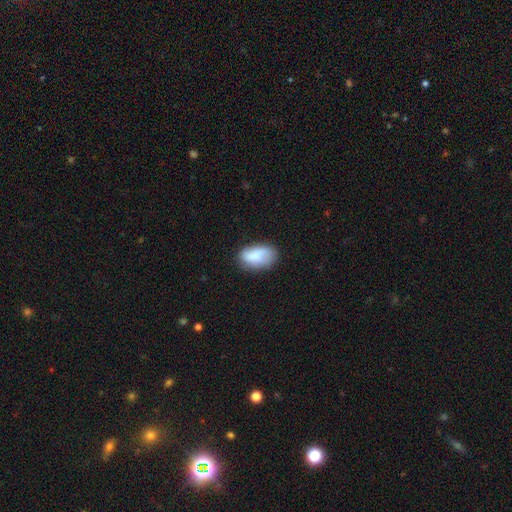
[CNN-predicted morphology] Q: Smooth or featured?
A: smooth (79%); runner-up: featured or disk (14%)
Q: How rounded?
A: in between (92%); runner-up: round (6%)
Q: Merging?
A: none (69%); runner-up: minor disturbance (23%)